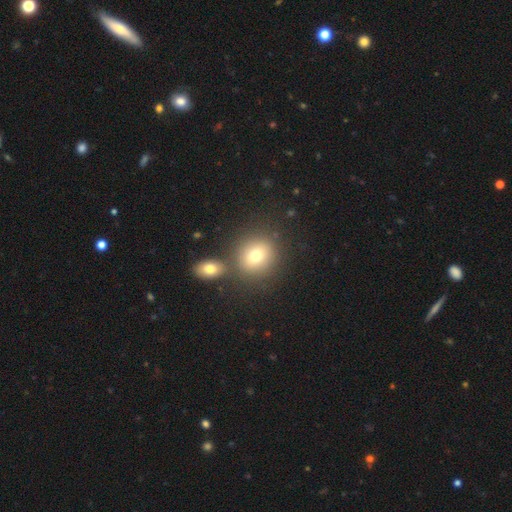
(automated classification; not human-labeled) Smooth or featured: smooth — 74% (featured or disk — 13%)
How rounded: round — 77% (in between — 22%)
Merging: none — 67% (merger — 21%)